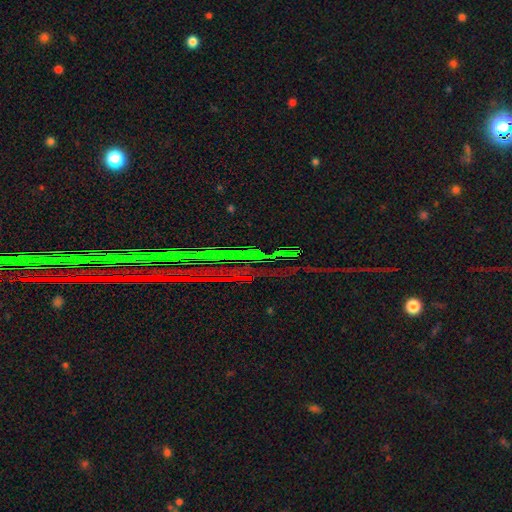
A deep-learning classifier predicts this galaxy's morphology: Q: Smooth or featured?
A: star or artifact (83%); runner-up: featured or disk (9%)